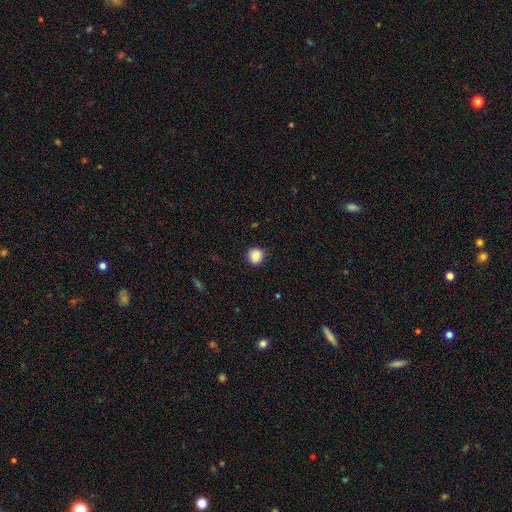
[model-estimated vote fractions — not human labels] Morphology: type=smooth (88%); roundness=round (91%); merging=none (90%).